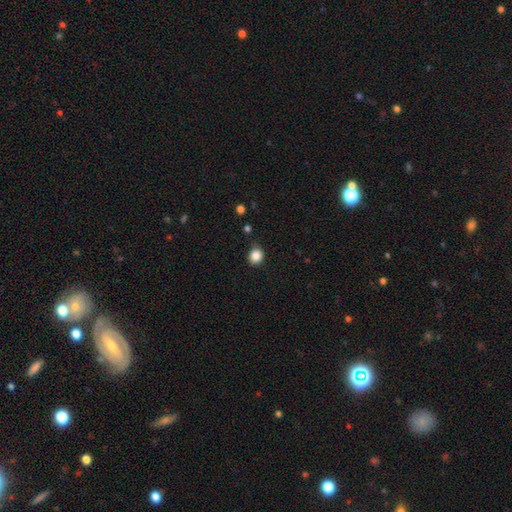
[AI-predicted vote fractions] Overall: smooth (86%). How rounded: round (81%). Merging: none (80%).